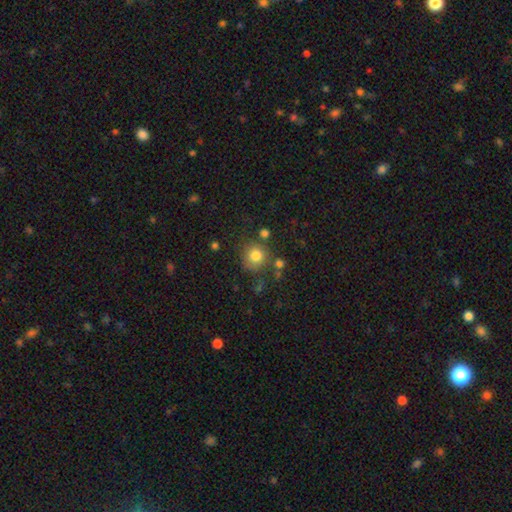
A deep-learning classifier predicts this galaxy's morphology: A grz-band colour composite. It shows a smooth galaxy with no disk features (80%) that is round (88%). Merging: none (70%).